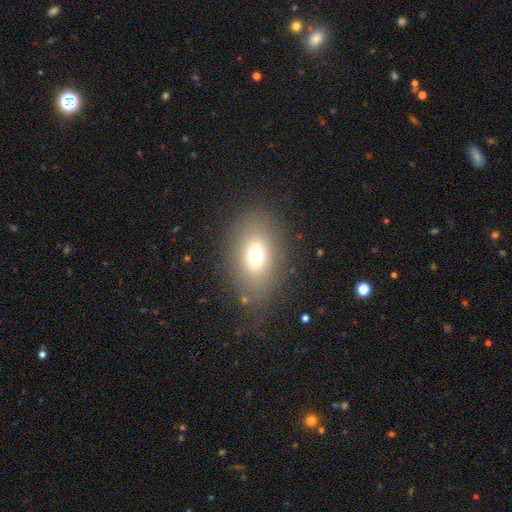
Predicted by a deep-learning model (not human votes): Smooth or featured? smooth (70%)
How rounded? in between (77%)
Merging? none (81%)